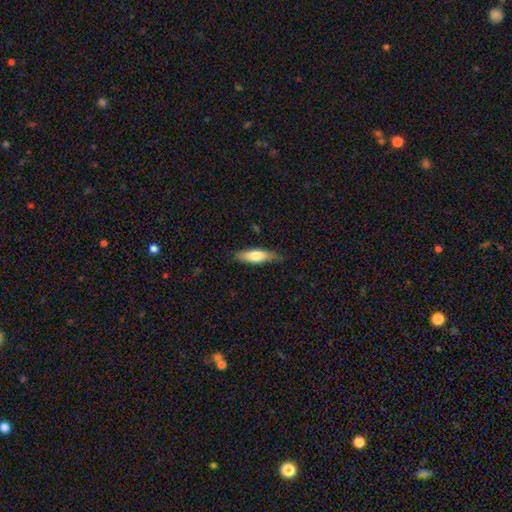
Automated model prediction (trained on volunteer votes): Morphology: type=smooth (67%); roundness=cigar-shaped (56%); merging=none (74%).